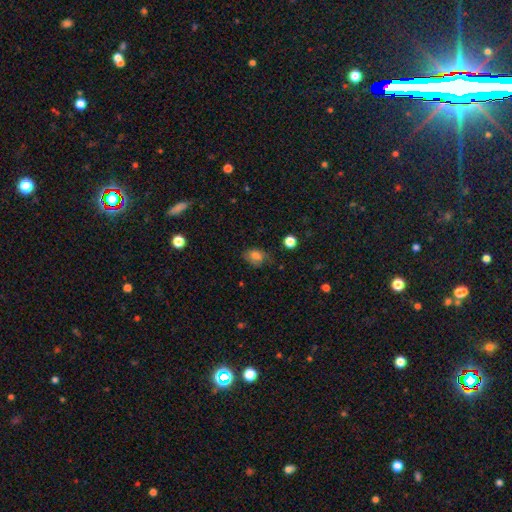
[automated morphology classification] Smooth or featured? Predicted: smooth (p=0.77). How rounded? Predicted: in between (p=0.70). Merging? Predicted: none (p=0.59).